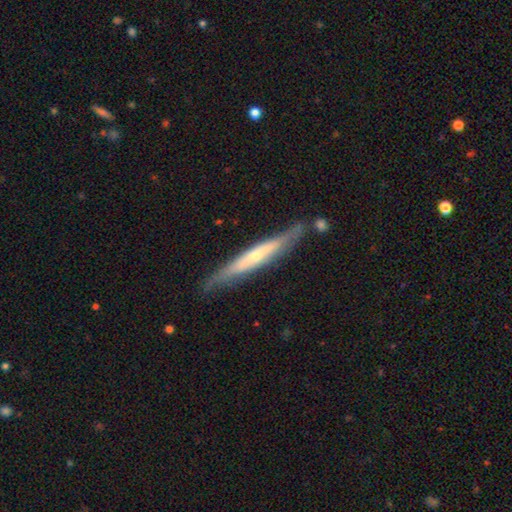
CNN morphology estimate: Q: Smooth or featured?
A: featured or disk (62%); runner-up: smooth (32%)
Q: Edge-on disk?
A: yes (87%); runner-up: no (13%)
Q: Edge-on bulge?
A: rounded (58%); runner-up: none (36%)
Q: Merging?
A: none (77%); runner-up: minor disturbance (16%)